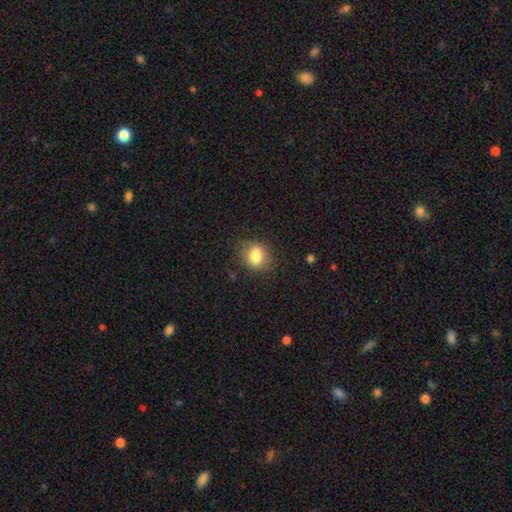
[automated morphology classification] Smooth or featured: smooth — 80% (star or artifact — 10%)
How rounded: round — 57% (in between — 42%)
Merging: none — 80% (minor disturbance — 14%)